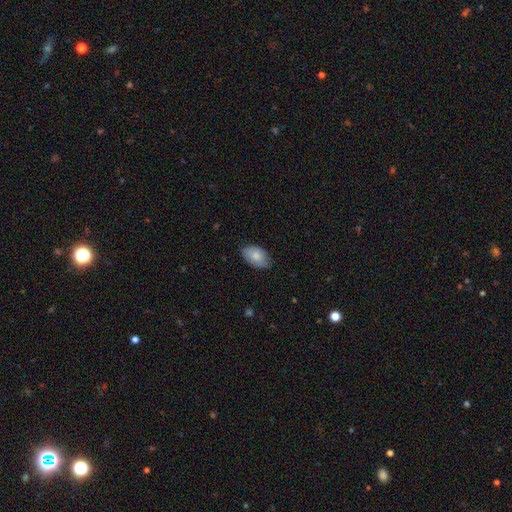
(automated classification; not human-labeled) Smooth or featured: smooth — 81% (featured or disk — 13%)
How rounded: in between — 93% (round — 6%)
Merging: none — 78% (minor disturbance — 18%)